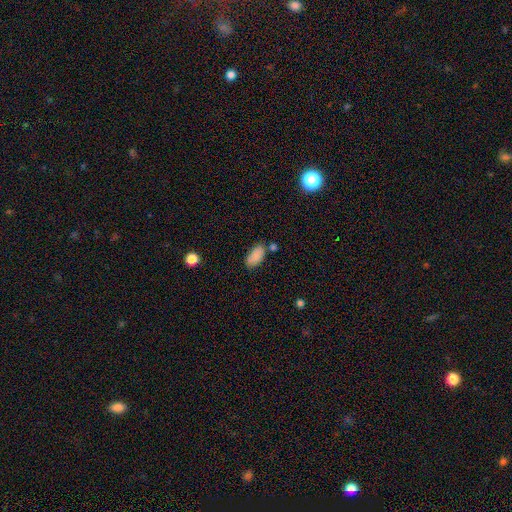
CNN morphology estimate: This is clearly a smooth galaxy (87%). How rounded: clearly in between (93%). Merging: likely none (70%).